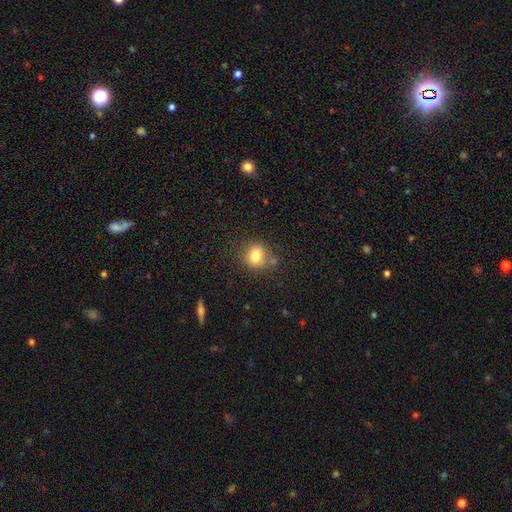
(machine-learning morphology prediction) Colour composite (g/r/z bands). It shows a smooth galaxy with no disk features (81%) that is round (77%). Merging: none (73%).